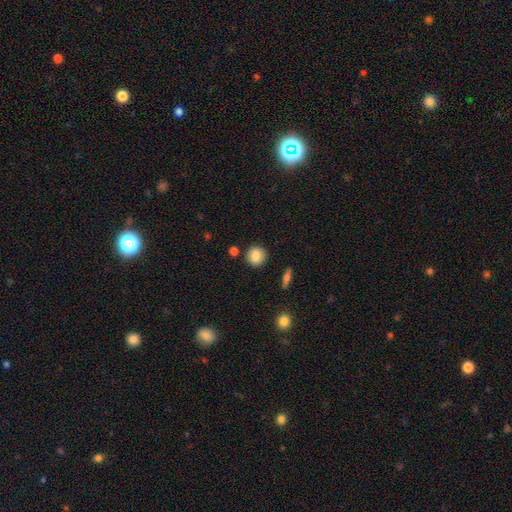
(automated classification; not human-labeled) smooth_or_featured: smooth (p=0.84) [alt: star or artifact p=0.09]
how_rounded: round (p=0.86) [alt: in between p=0.13]
merging: none (p=0.85) [alt: minor disturbance p=0.09]